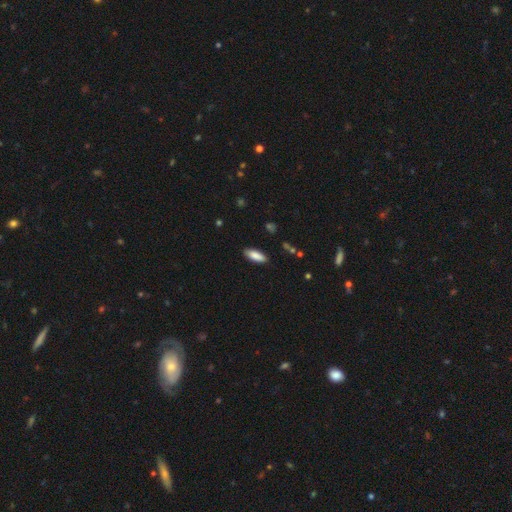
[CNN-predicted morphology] smooth 87%, featured or disk 7%, star or artifact 6%. Down the decision tree: how rounded — in between (71%); merging — none (86%).